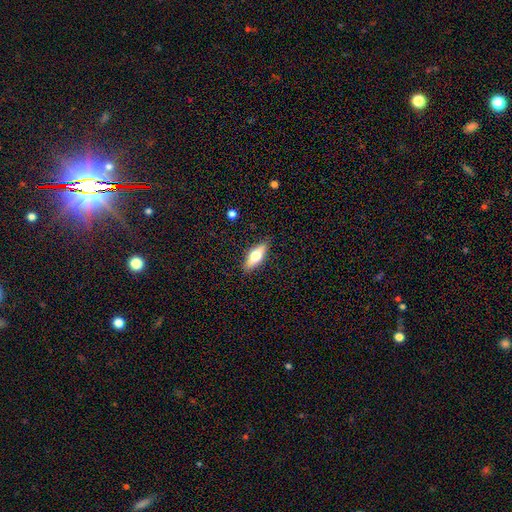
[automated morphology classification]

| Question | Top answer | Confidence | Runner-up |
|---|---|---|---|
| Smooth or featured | smooth | 59% | featured or disk (35%) |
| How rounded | in between | 63% | cigar-shaped (35%) |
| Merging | none | 87% | minor disturbance (9%) |